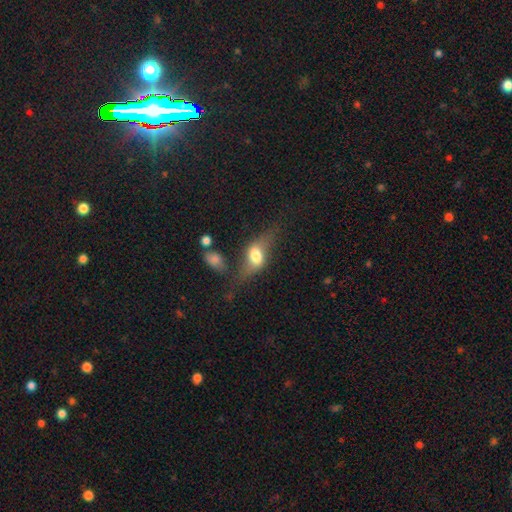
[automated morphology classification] Q: Smooth or featured?
A: smooth (49%); runner-up: featured or disk (43%)
Q: Merging?
A: none (49%); runner-up: minor disturbance (24%)